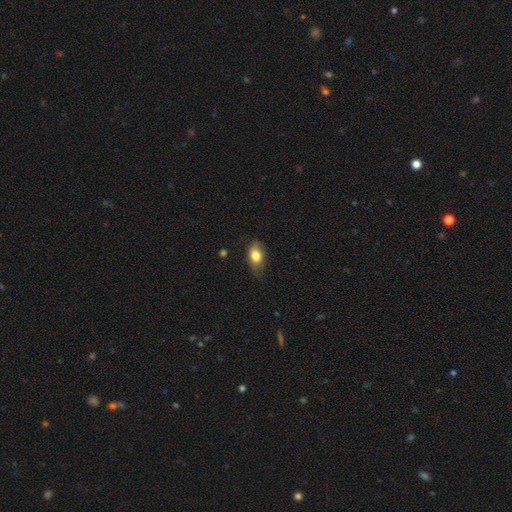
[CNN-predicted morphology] This is likely a smooth galaxy (80%). How rounded: clearly in between (85%). Merging: likely none (71%).